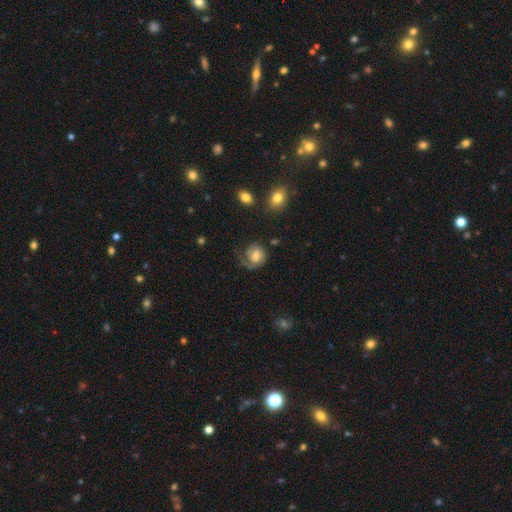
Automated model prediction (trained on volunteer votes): Smooth or featured: featured or disk — 61% (smooth — 32%)
Edge-on disk: no — 97% (yes — 3%)
Bar: no — 61% (weak — 33%)
Spiral arms: yes — 89% (no — 11%)
Spiral winding: tight — 49% (medium — 33%)
Spiral arm count: 1 — 62% (2 — 22%)
Bulge size: moderate — 58% (small — 20%)
Merging: none — 53% (major disturbance — 24%)